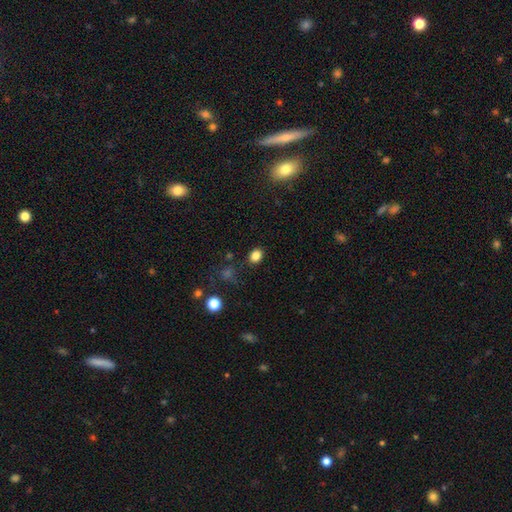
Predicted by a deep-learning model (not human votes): The model was most divided on "how rounded": round: 52%, in between: 47%, cigar-shaped: 1%. More confident: merging — none (86%); smooth or featured — smooth (83%).